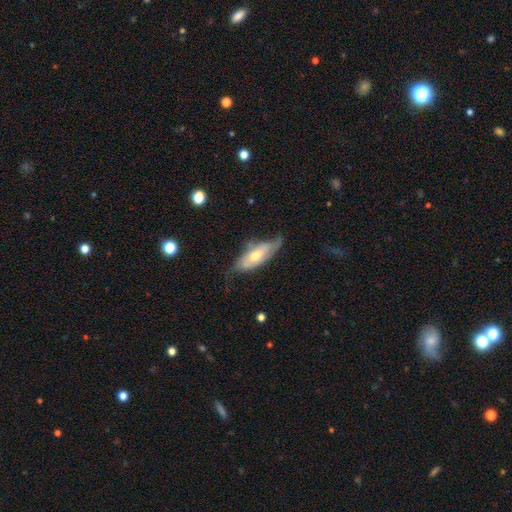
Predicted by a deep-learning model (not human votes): Q: Smooth or featured?
A: featured or disk (59%); runner-up: smooth (35%)
Q: Edge-on disk?
A: no (69%); runner-up: yes (31%)
Q: Merging?
A: none (57%); runner-up: minor disturbance (30%)